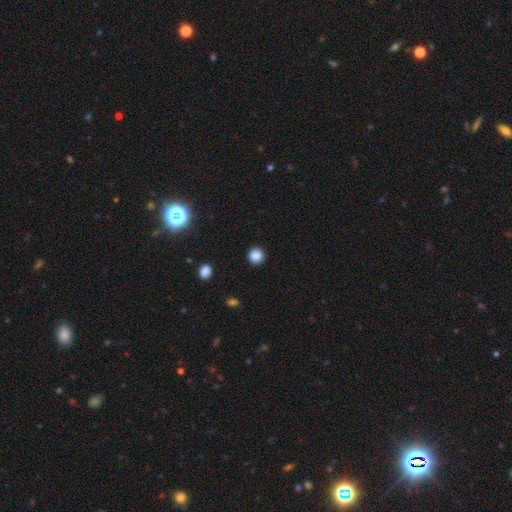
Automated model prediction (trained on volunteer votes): This is clearly a smooth galaxy (85%). How rounded: clearly round (92%). Merging: clearly none (90%).